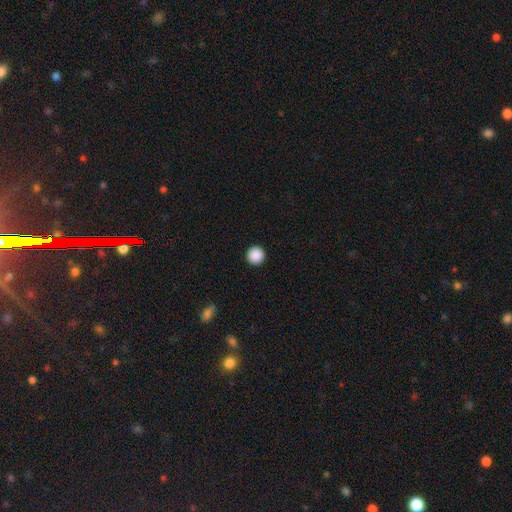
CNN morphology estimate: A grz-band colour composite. It shows a smooth galaxy with no disk features (89%) that is round (96%). Merging: none (94%).